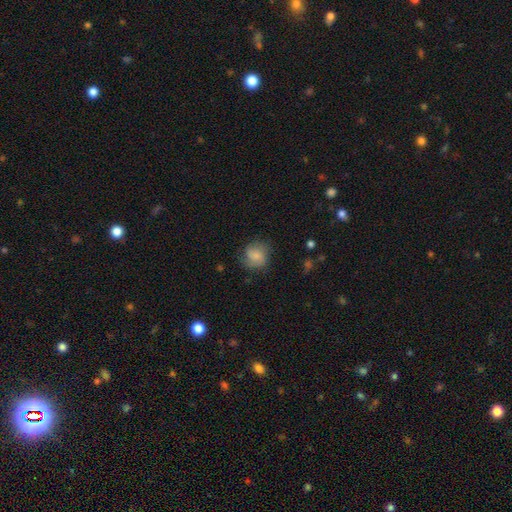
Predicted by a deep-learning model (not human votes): A smooth galaxy with no disk features (64%) that is round (77%). Merging: none (66%).